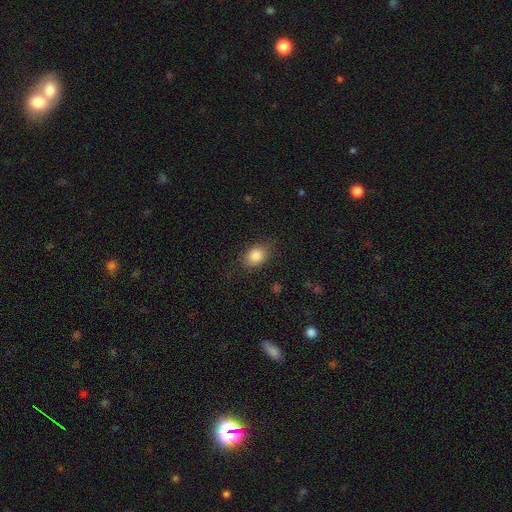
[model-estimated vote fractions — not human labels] Smooth or featured? smooth (84%)
How rounded? in between (69%)
Merging? none (81%)